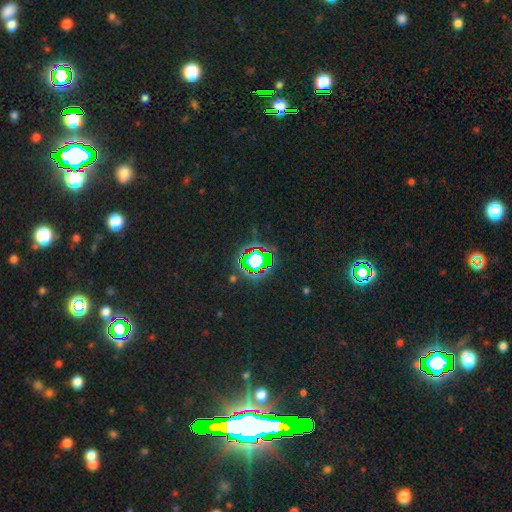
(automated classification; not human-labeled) Smooth or featured? Predicted: star or artifact (p=0.71).